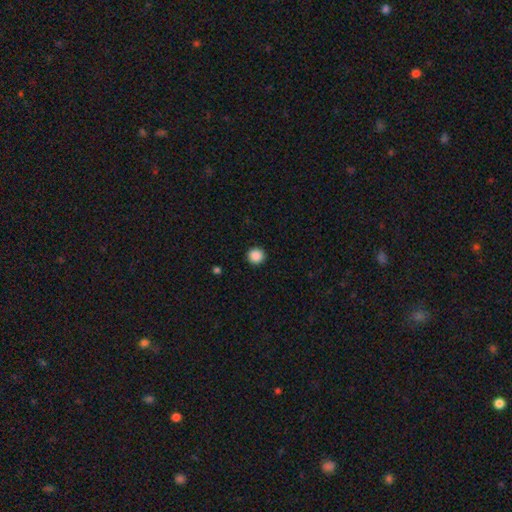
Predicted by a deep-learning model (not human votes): smooth_or_featured: smooth (p=0.88) [alt: star or artifact p=0.10]
how_rounded: round (p=0.95) [alt: in between p=0.04]
merging: none (p=0.92) [alt: minor disturbance p=0.05]